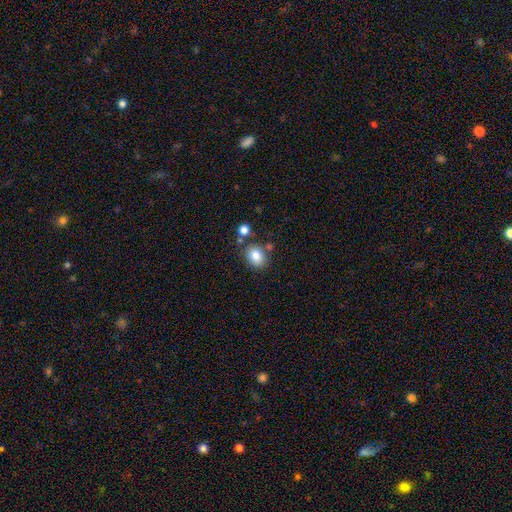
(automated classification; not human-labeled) Smooth or featured?
  - smooth: 84% *
  - star or artifact: 9%
  - featured or disk: 7%
How rounded?
  - in between: 59% *
  - round: 40%
  - cigar-shaped: 1%
Merging?
  - none: 73% *
  - minor disturbance: 13%
  - merger: 10%
  - major disturbance: 4%